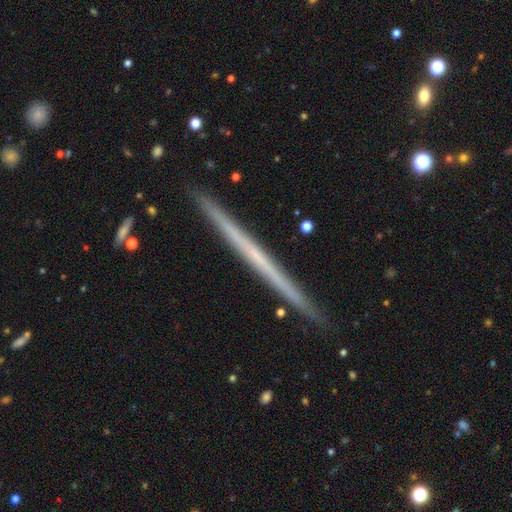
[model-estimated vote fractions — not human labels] smooth_or_featured: featured or disk (p=0.63) [alt: smooth p=0.31]
disk_edge_on: yes (p=0.98) [alt: no p=0.02]
edge_on_bulge: none (p=0.91) [alt: rounded p=0.07]
merging: none (p=0.92) [alt: minor disturbance p=0.06]